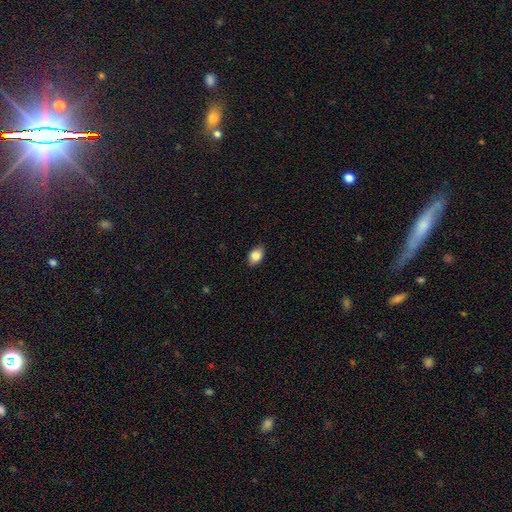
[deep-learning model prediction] Overall: smooth (85%). How rounded: in between (86%). Merging: none (88%).